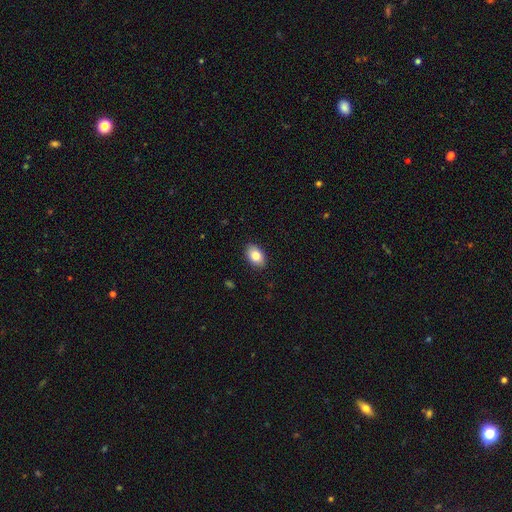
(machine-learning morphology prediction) type=smooth (83%); roundness=in between (89%); merging=none (89%).